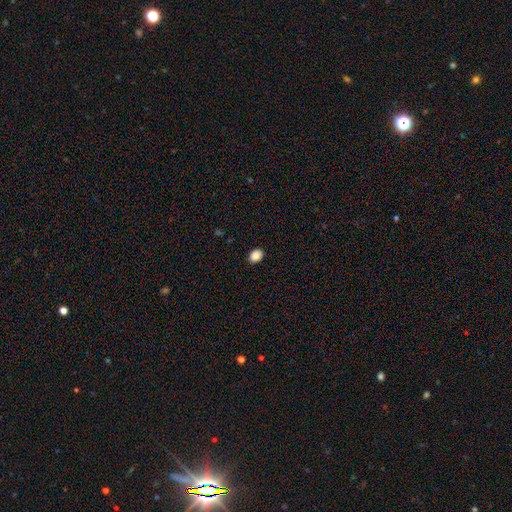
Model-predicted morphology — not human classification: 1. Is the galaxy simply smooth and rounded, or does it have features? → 88% smooth, 8% star or artifact, 3% featured or disk.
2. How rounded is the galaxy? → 69% in between, 30% round, 1% cigar-shaped.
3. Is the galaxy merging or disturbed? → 90% none, 8% minor disturbance, 2% major disturbance, 1% merger.